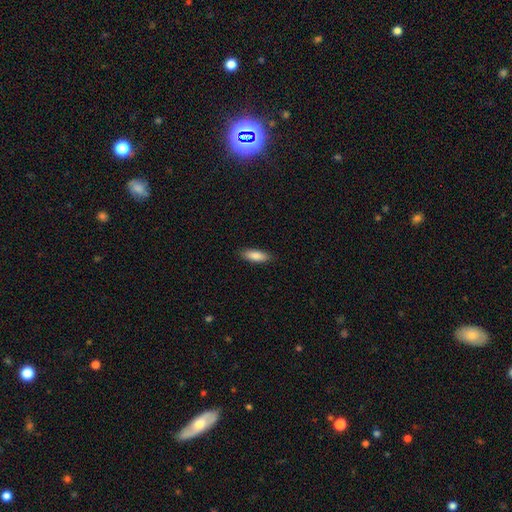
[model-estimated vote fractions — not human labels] Morphology: type=smooth (86%); roundness=in between (66%); merging=none (87%).